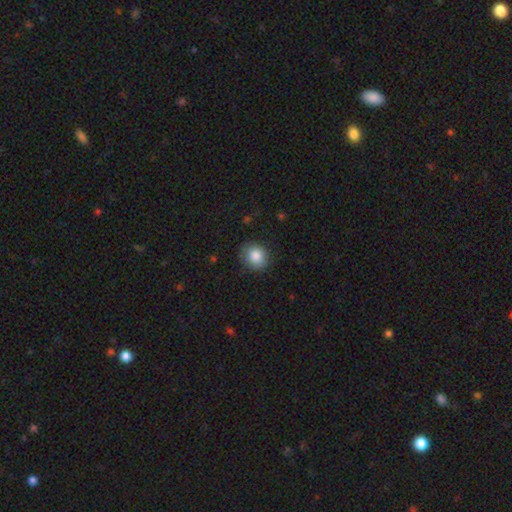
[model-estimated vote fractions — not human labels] Smooth or featured: smooth — 86% (star or artifact — 8%)
How rounded: round — 71% (in between — 28%)
Merging: none — 85% (minor disturbance — 12%)